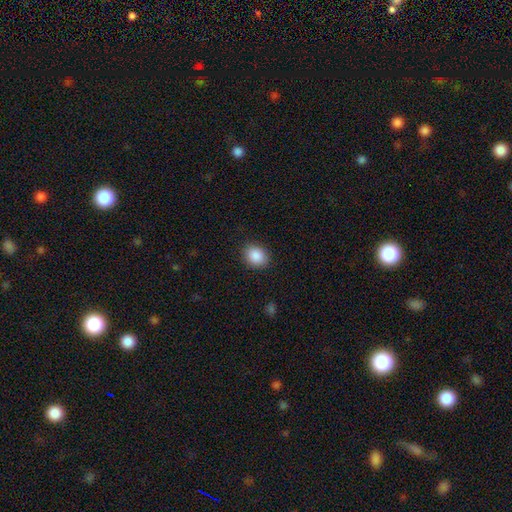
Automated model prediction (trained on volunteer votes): A smooth galaxy with no disk features (88%) that is round (56%).

Vote fractions:
- Smooth or featured? smooth: 88% / star or artifact: 8% / featured or disk: 4%
- How rounded? round: 56% / in between: 43% / cigar-shaped: 1%
- Merging? none: 88% / minor disturbance: 9% / major disturbance: 3% / merger: 1%